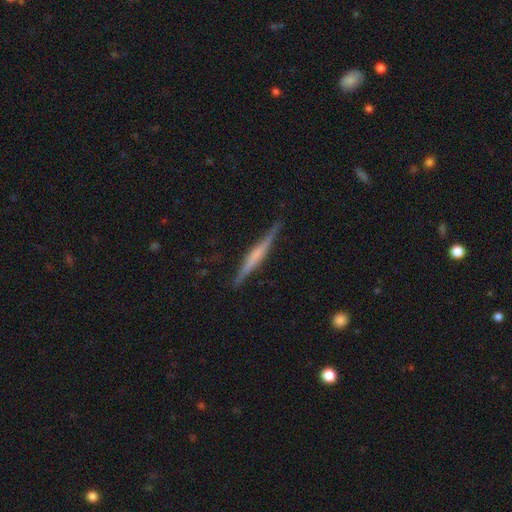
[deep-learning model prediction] Overall: featured or disk (69%). Edge-on disk: yes (98%). Edge-on bulge: rounded (40%; none 34%). Merging: none (88%).